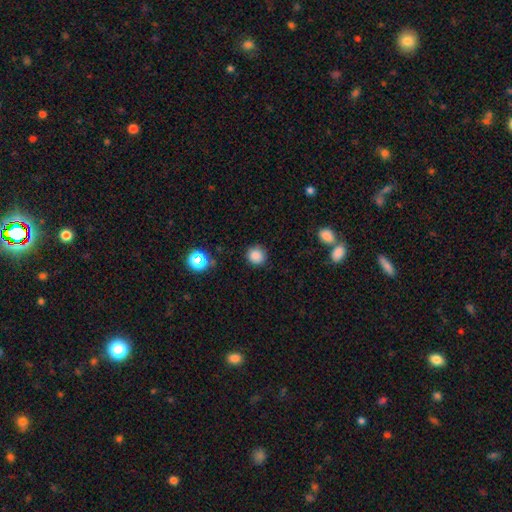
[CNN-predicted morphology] smooth_or_featured: smooth (p=0.83) [alt: star or artifact p=0.13]
how_rounded: round (p=0.91) [alt: in between p=0.08]
merging: none (p=0.86) [alt: minor disturbance p=0.10]